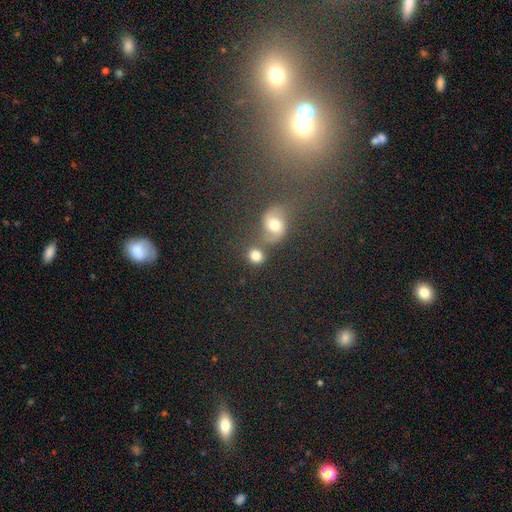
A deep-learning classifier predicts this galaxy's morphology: A smooth galaxy with no disk features (80%) that is round (79%). Merging: none (62%).